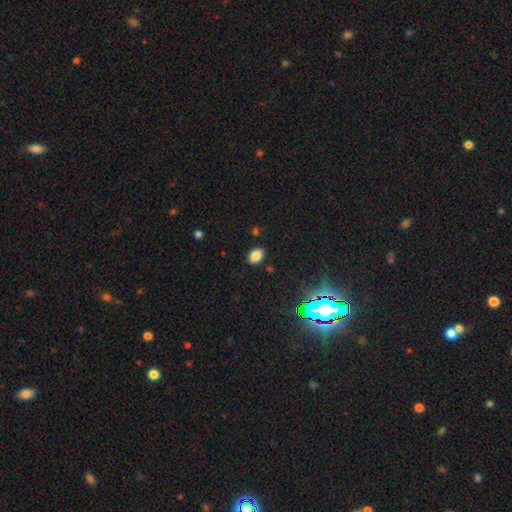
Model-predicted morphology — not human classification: Smooth or featured? Predicted: smooth (p=0.82). How rounded? Predicted: in between (p=0.79). Merging? Predicted: none (p=0.86).